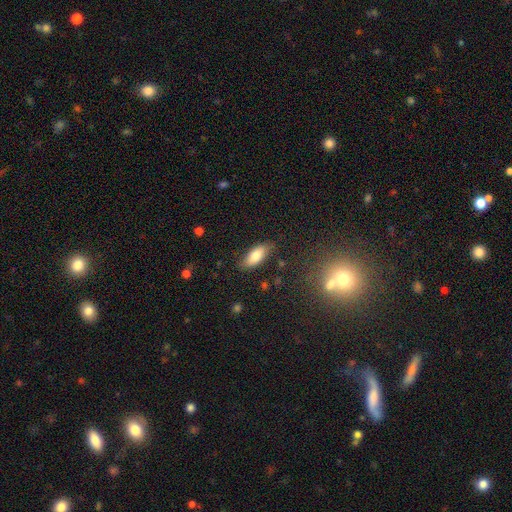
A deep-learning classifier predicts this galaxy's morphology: Smooth or featured: smooth — 77% (featured or disk — 16%)
How rounded: in between — 83% (cigar-shaped — 15%)
Merging: none — 81% (minor disturbance — 14%)